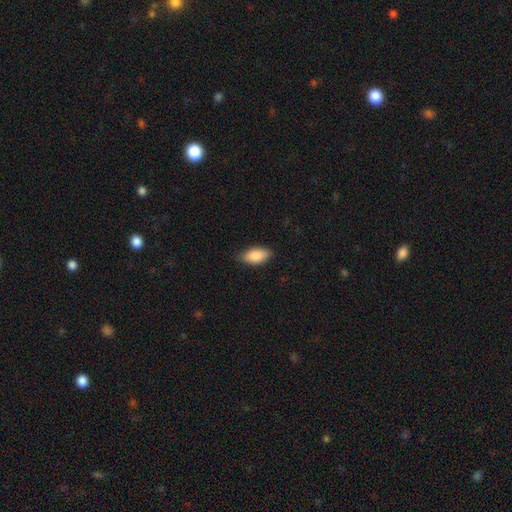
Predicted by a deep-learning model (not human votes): Q: Smooth or featured?
A: smooth (88%); runner-up: star or artifact (6%)
Q: How rounded?
A: in between (91%); runner-up: cigar-shaped (6%)
Q: Merging?
A: none (80%); runner-up: minor disturbance (16%)